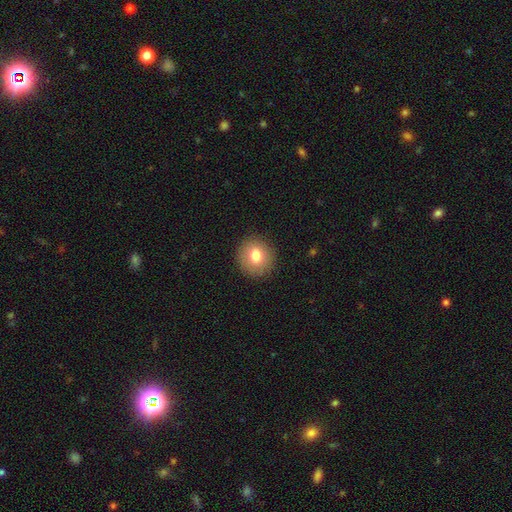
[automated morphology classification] This is likely a smooth galaxy (77%). How rounded: clearly round (88%). Merging: clearly none (90%).